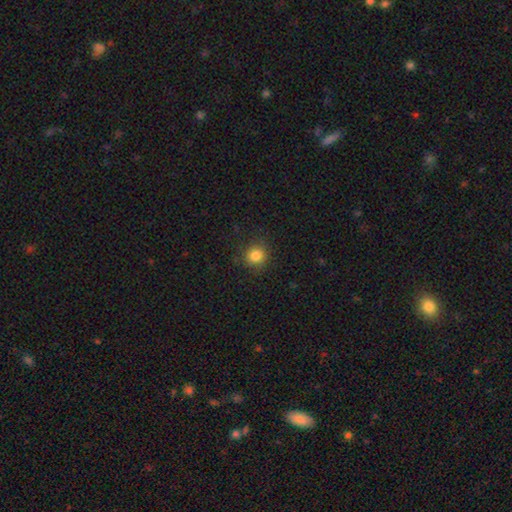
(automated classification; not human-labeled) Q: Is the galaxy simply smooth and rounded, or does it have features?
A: smooth — 84%.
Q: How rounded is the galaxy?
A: round — 86%.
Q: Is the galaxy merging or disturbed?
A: none — 85%.